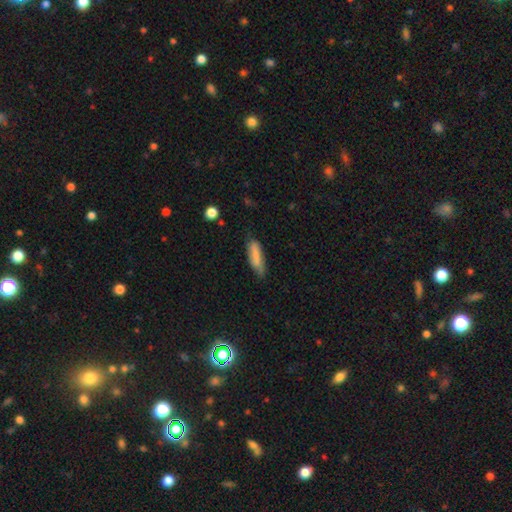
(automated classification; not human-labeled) Smooth or featured? smooth (78%)
How rounded? cigar-shaped (58%)
Merging? none (61%)